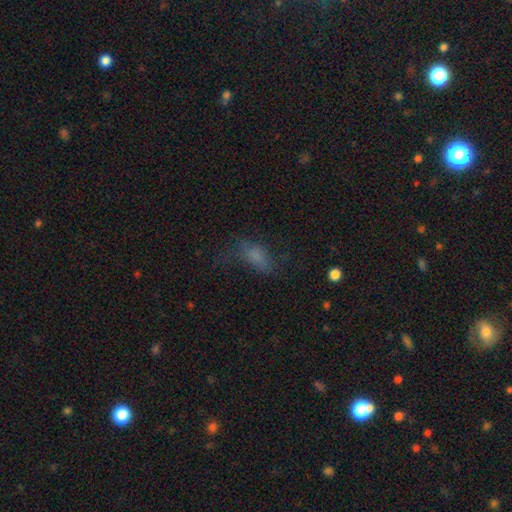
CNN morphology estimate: Smooth or featured? Predicted: smooth (p=0.65). How rounded? Predicted: in between (p=0.80). Merging? Predicted: none (p=0.41).